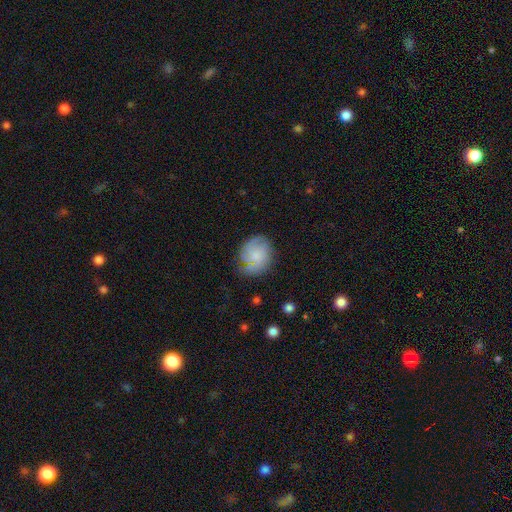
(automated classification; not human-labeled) Smooth or featured: featured or disk — 50% (smooth — 42%)
Merging: none — 67% (minor disturbance — 22%)